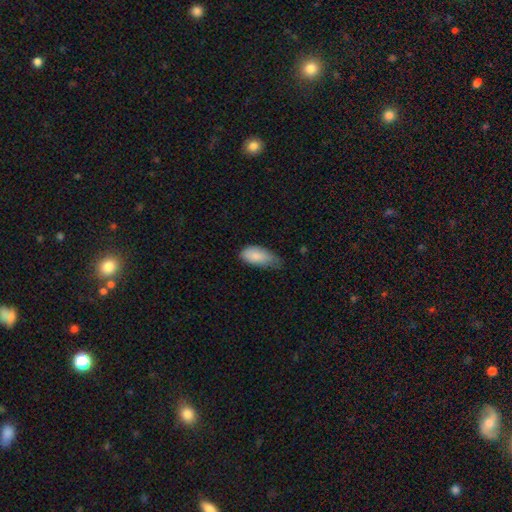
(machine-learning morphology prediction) Overall: smooth (86%). How rounded: in between (92%). Merging: minor disturbance (53%; none 31%).